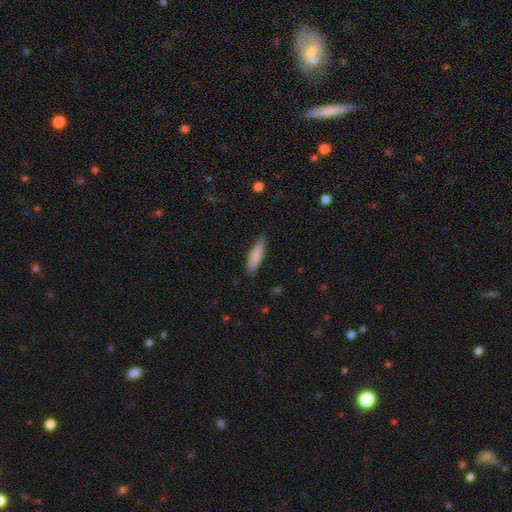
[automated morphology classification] Smooth or featured? Predicted: smooth (p=0.84). How rounded? Predicted: cigar-shaped (p=0.63). Merging? Predicted: none (p=0.79).